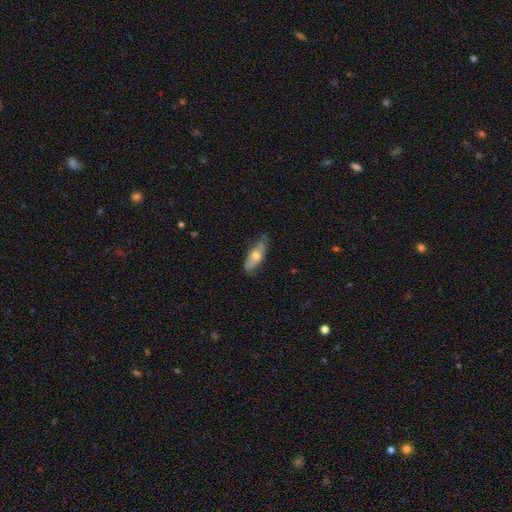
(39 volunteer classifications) Smooth or featured?
  - smooth: 67% *
  - featured or disk: 28%
  - star or artifact: 5%
How rounded?
  - in between: 65% *
  - cigar-shaped: 23%
  - round: 12%
Merging?
  - none: 43% * (tied)
  - minor disturbance: 43% * (tied)
  - major disturbance: 11%
  - merger: 3%